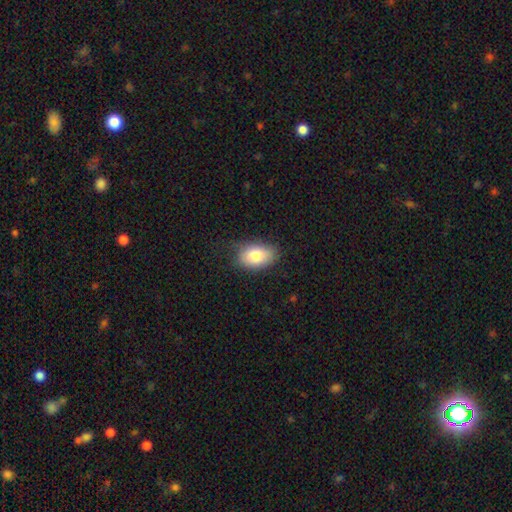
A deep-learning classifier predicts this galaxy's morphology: Smooth or featured?
  - smooth: 79% *
  - featured or disk: 13%
  - star or artifact: 8%
How rounded?
  - in between: 87% *
  - round: 11%
  - cigar-shaped: 1%
Merging?
  - none: 72% *
  - minor disturbance: 21%
  - major disturbance: 6%
  - merger: 1%